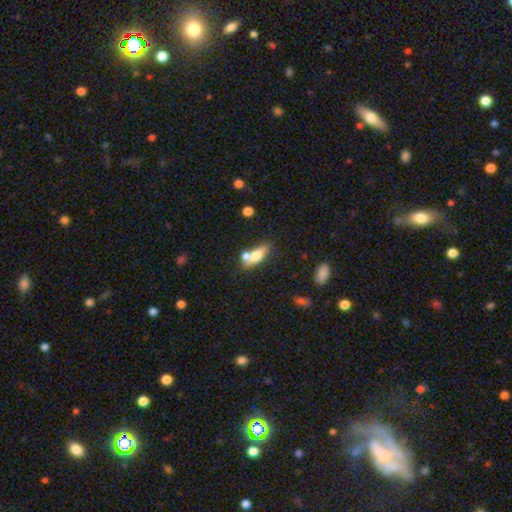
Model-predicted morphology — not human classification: This appears to be a smooth galaxy with no disk features (63%) that is in between round and cigar-shaped (67%). Merging: none (43%).